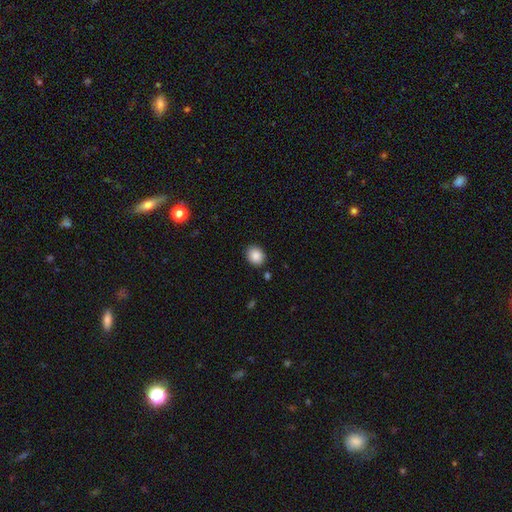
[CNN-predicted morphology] Q: Smooth or featured?
A: smooth (88%); runner-up: star or artifact (9%)
Q: How rounded?
A: round (52%); runner-up: in between (47%)
Q: Merging?
A: none (86%); runner-up: minor disturbance (10%)